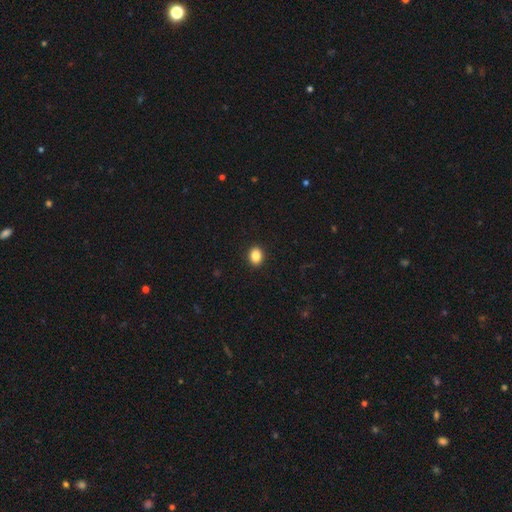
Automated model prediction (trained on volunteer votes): smooth 86%, star or artifact 9%, featured or disk 5%. Down the decision tree: how rounded — in between (53%); merging — none (92%).